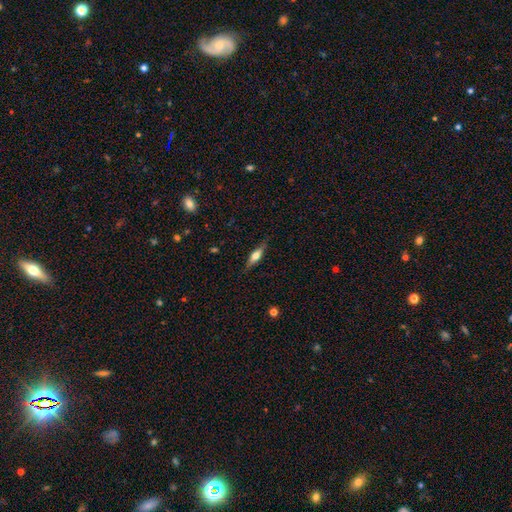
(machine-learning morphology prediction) featured or disk 50%, smooth 44%, star or artifact 7%. Down the decision tree: merging — none (85%).